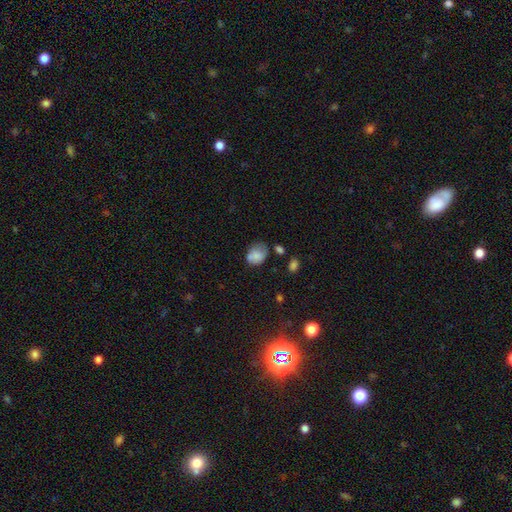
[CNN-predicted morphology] This appears to be a smooth galaxy with no disk features (73%) that is in between round and cigar-shaped (57%). Merging: none (46%).